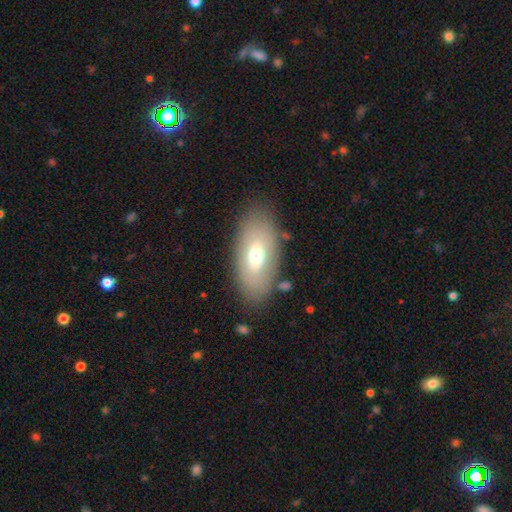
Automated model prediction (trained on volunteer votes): smooth-or-featured: smooth: 61% | featured or disk: 32% | star or artifact: 7%
  how-rounded: in between: 90% | cigar-shaped: 6% | round: 4%
  merging: none: 81% | minor disturbance: 12% | major disturbance: 4% | merger: 3%